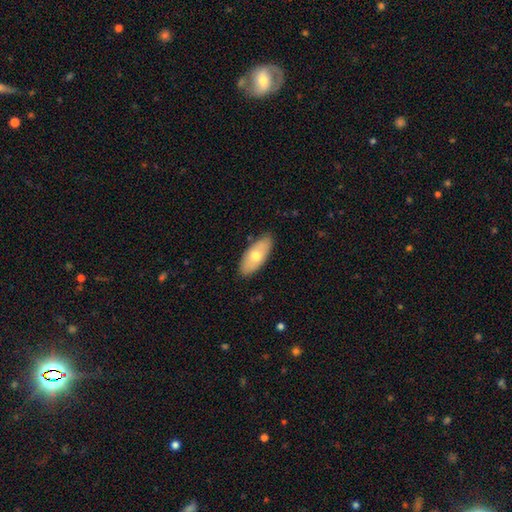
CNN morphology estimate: Smooth or featured? smooth (66%)
How rounded? in between (86%)
Merging? none (85%)